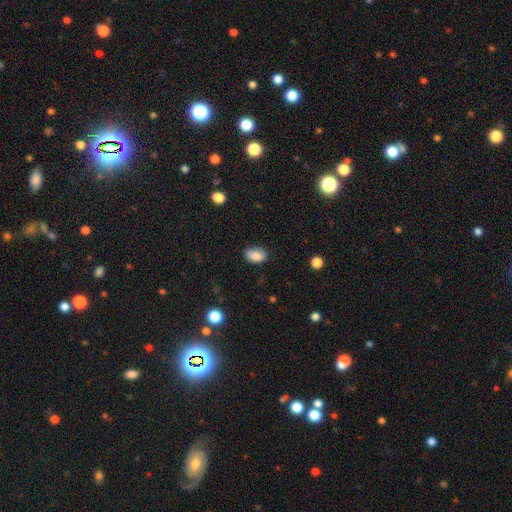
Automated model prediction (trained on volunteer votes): smooth-or-featured: smooth: 86% | star or artifact: 8% | featured or disk: 6%
  how-rounded: in between: 84% | round: 15% | cigar-shaped: 1%
  merging: none: 78% | minor disturbance: 18% | major disturbance: 4% | merger: 1%